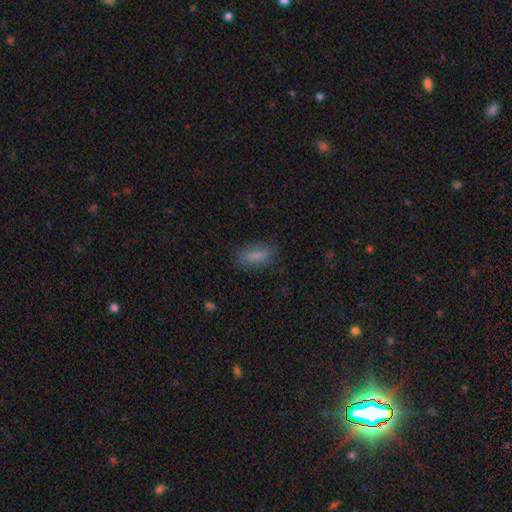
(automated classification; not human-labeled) Smooth or featured: smooth — 80% (featured or disk — 11%)
How rounded: in between — 78% (cigar-shaped — 18%)
Merging: none — 79% (minor disturbance — 15%)